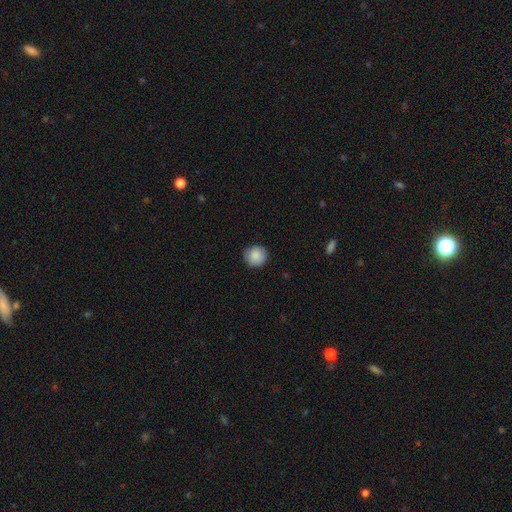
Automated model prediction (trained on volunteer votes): This appears to be a smooth galaxy with no disk features (88%) that is round (94%). Merging: none (88%).